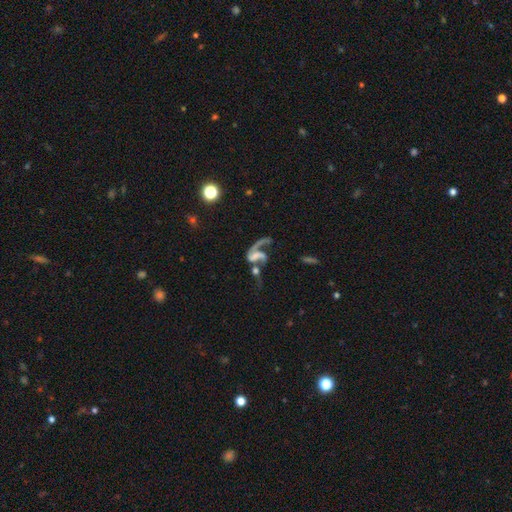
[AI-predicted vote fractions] A featured or disk galaxy (70%) with no bar (50%), 1 (51%) loose (77%) spiral arms (77%) and no central bulge (52%). Merging: merger (38%).